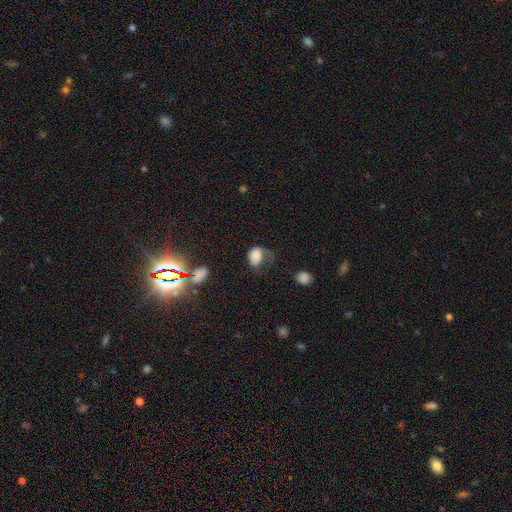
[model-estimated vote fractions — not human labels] A smooth galaxy with no disk features (71%) that is in between round and cigar-shaped (75%). Merging: major disturbance (47%).